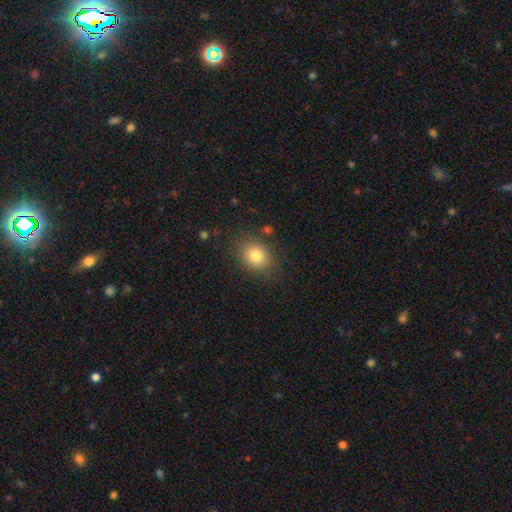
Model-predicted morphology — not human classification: Smooth or featured? smooth (80%)
How rounded? round (57%)
Merging? none (83%)